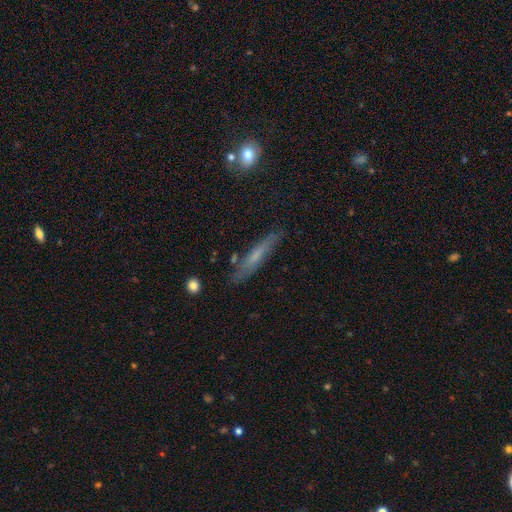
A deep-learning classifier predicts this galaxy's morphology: type=smooth (48%); merging=none (80%).